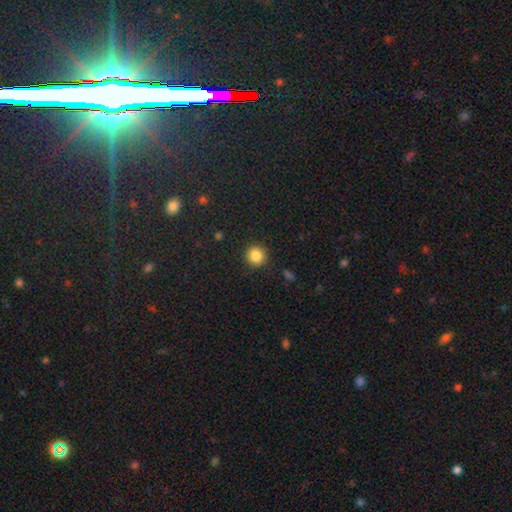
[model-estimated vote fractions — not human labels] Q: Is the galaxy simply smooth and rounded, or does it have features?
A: smooth — 85%.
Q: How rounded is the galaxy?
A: round — 92%.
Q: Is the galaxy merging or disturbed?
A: none — 90%.